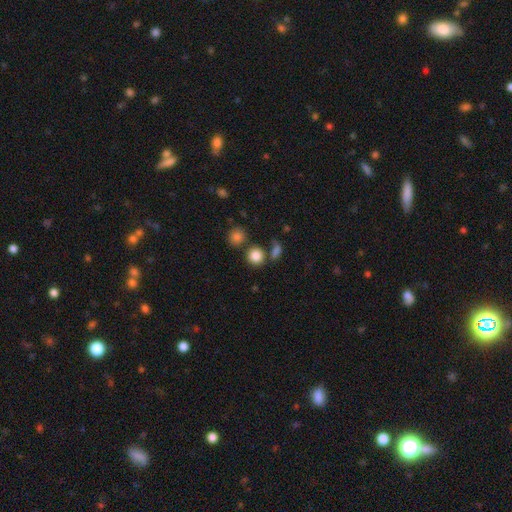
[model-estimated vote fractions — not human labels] A smooth galaxy with no disk features (84%) that is round (88%). Merging: none (69%).